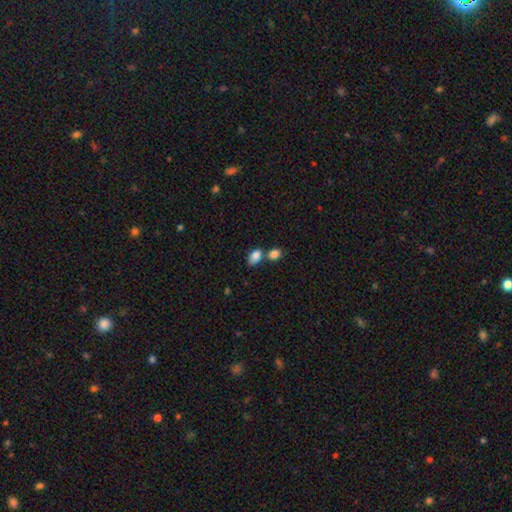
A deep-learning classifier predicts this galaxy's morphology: A smooth galaxy with no disk features (86%) that is in between round and cigar-shaped (86%). Merging: none (45%).